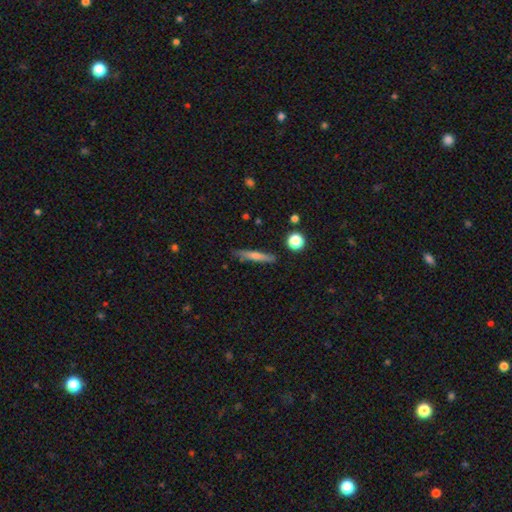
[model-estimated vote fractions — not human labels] Overall: smooth (53%; featured or disk 39%). How rounded: cigar-shaped (91%). Merging: none (84%).